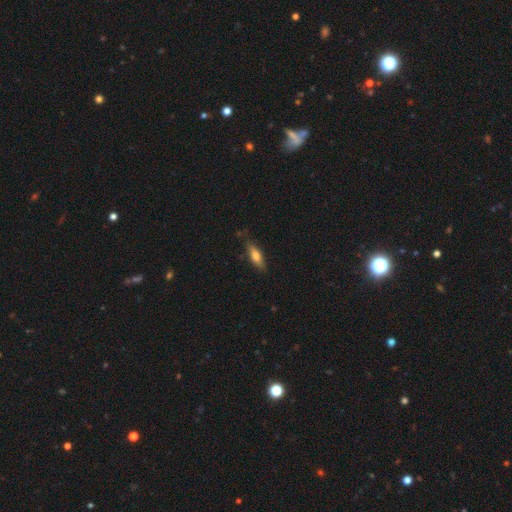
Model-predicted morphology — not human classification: smooth_or_featured: smooth (p=0.66) [alt: featured or disk p=0.27]
how_rounded: cigar-shaped (p=0.51) [alt: in between p=0.46]
merging: none (p=0.76) [alt: minor disturbance p=0.18]